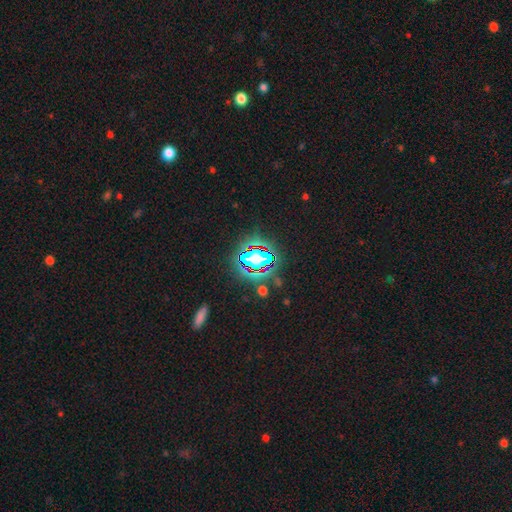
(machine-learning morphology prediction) type=star or artifact (82%).